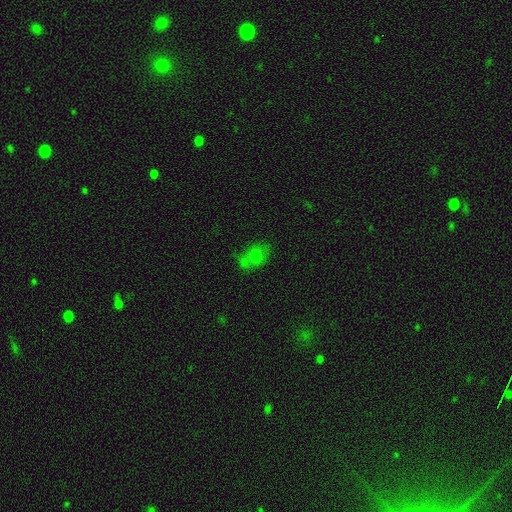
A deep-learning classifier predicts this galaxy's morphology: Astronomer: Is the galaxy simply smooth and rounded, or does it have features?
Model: smooth — 63%.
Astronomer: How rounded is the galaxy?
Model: in between — 55% (runner-up: round, 44%).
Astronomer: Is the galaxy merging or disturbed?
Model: none — 46% (runner-up: merger, 29%).